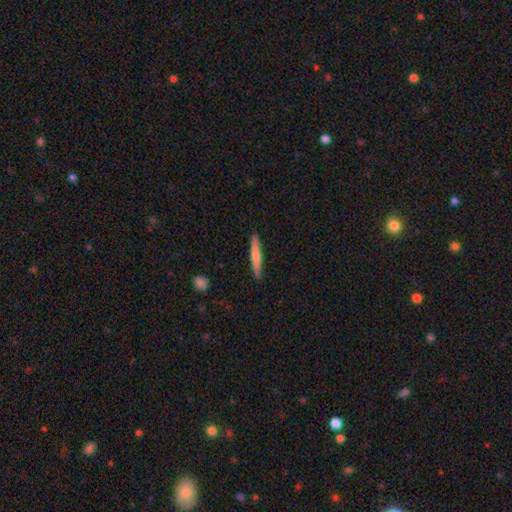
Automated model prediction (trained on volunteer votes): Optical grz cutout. It shows a smooth galaxy with no disk features (59%) that is cigar-shaped (94%). Merging: none (90%).